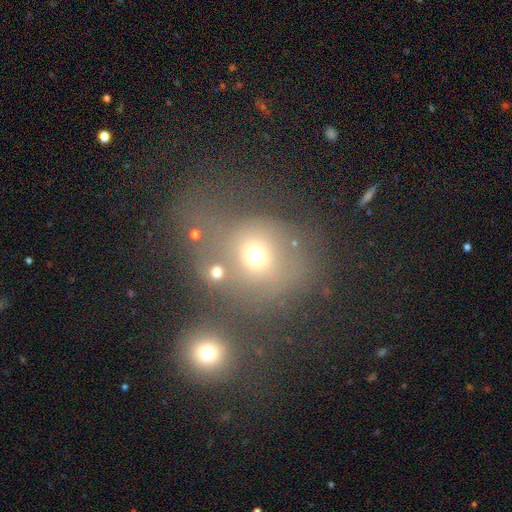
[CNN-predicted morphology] Smooth or featured: smooth — 61% (featured or disk — 20%)
How rounded: round — 71% (in between — 27%)
Merging: merger — 32% (none — 31%)